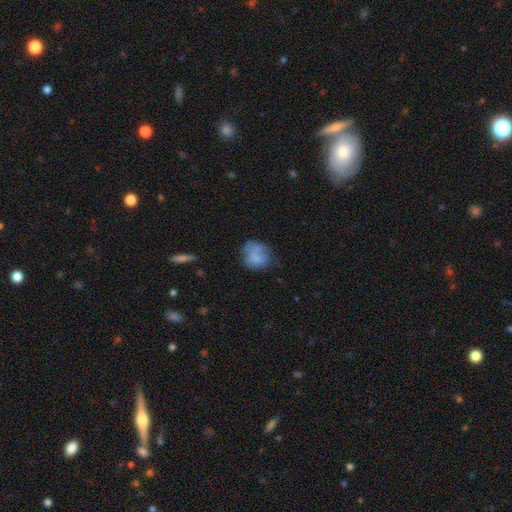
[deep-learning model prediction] Smooth or featured? Predicted: smooth (p=0.65). How rounded? Predicted: round (p=0.59). Merging? Predicted: none (p=0.43).